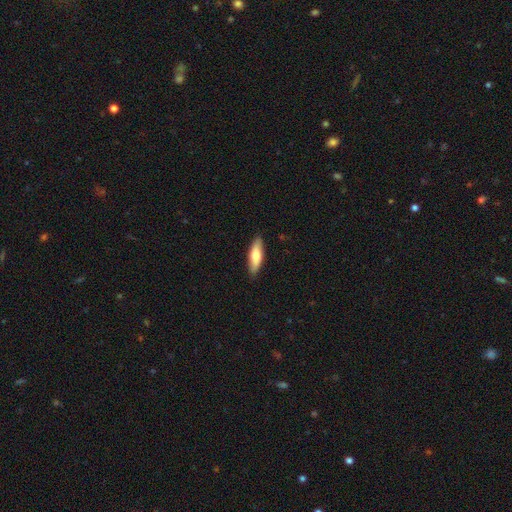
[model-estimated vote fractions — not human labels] Smooth or featured? Predicted: smooth (p=0.70). How rounded? Predicted: cigar-shaped (p=0.50). Merging? Predicted: none (p=0.87).